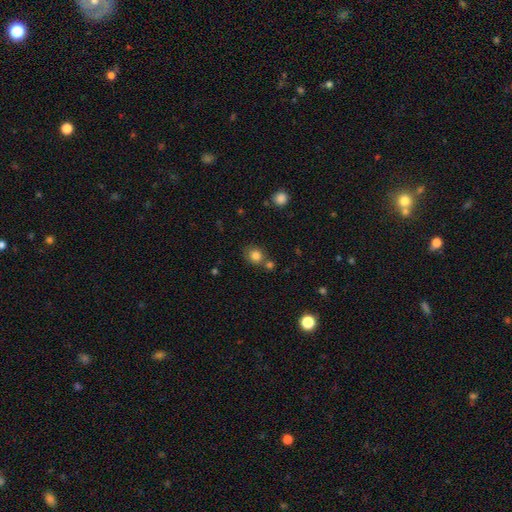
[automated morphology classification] smooth-or-featured: smooth: 83% | star or artifact: 11% | featured or disk: 6%
  how-rounded: round: 73% | in between: 26% | cigar-shaped: 1%
  merging: none: 62% | merger: 21% | minor disturbance: 13% | major disturbance: 5%